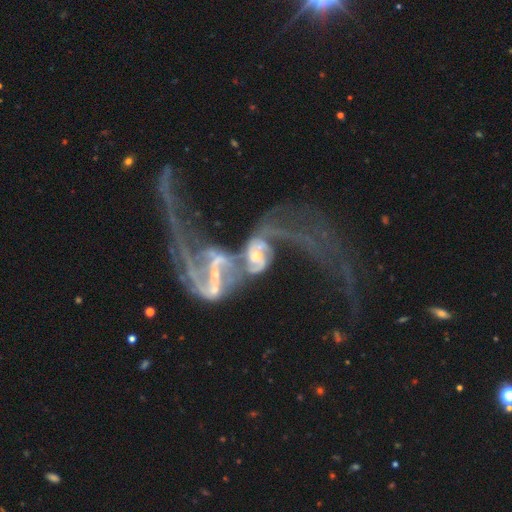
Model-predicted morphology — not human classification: smooth_or_featured: featured or disk (p=0.83) [alt: star or artifact p=0.09]
disk_edge_on: no (p=0.95) [alt: yes p=0.05]
bar: no (p=0.41) [alt: weak p=0.31]
has_spiral_arms: yes (p=0.83) [alt: no p=0.17]
spiral_winding: loose (p=0.72) [alt: medium p=0.19]
spiral_arm_count: 2 (p=0.58) [alt: can't tell p=0.18]
bulge_size: small (p=0.43) [alt: moderate p=0.39]
merging: merger (p=0.75) [alt: major disturbance p=0.17]